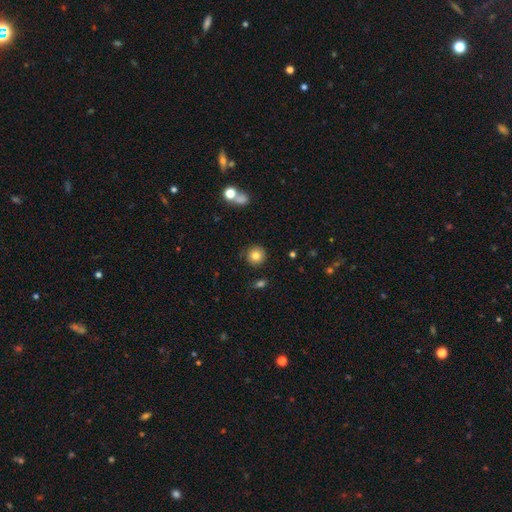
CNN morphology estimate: smooth-or-featured: smooth: 80% | star or artifact: 11% | featured or disk: 9%
  how-rounded: round: 93% | in between: 6% | cigar-shaped: 1%
  merging: none: 86% | minor disturbance: 9% | major disturbance: 3% | merger: 2%